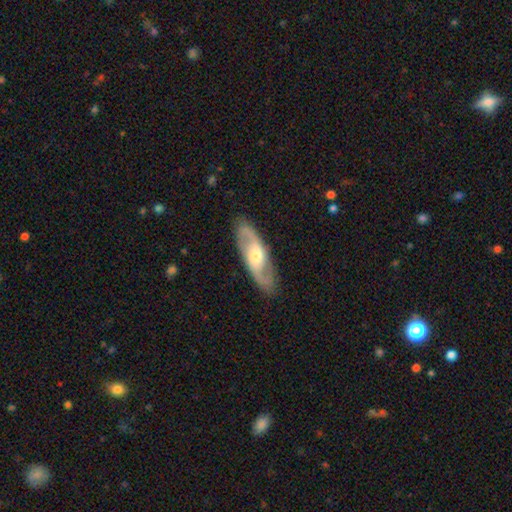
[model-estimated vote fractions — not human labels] A featured or disk galaxy (77%) with no bar (45%), 2 (89%) medium (48%) spiral arms (90%) and a moderate central bulge (60%).

Vote fractions:
- Smooth or featured? featured or disk: 77% / smooth: 19% / star or artifact: 5%
- Edge-on disk? no: 85% / yes: 15%
- Bar? no: 45% / weak: 42% / strong: 13%
- Spiral arms? yes: 90% / no: 10%
- Spiral winding? medium: 48% / loose: 34% / tight: 18%
- Spiral arm count? 2: 89% / can't tell: 6% / 1: 2% / 3: 1% / 4: 1% / more than 4: 1%
- Bulge size? moderate: 60% / small: 25% / large: 11% / none: 2% / dominant: 1%
- Merging? none: 86% / minor disturbance: 10% / major disturbance: 3% / merger: 1%